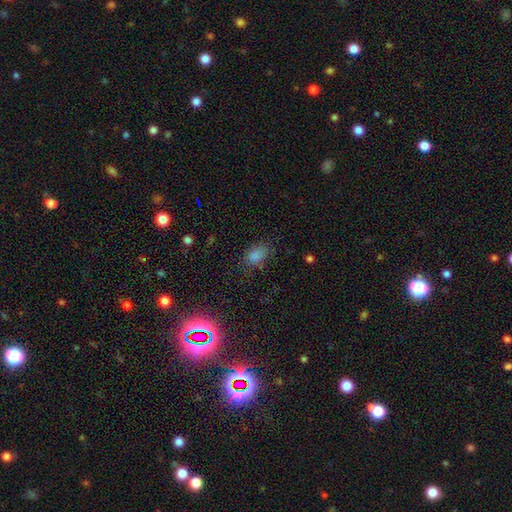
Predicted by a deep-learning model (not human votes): This appears to be a smooth galaxy with no disk features (78%) that is in between round and cigar-shaped (81%). Merging: none (68%).